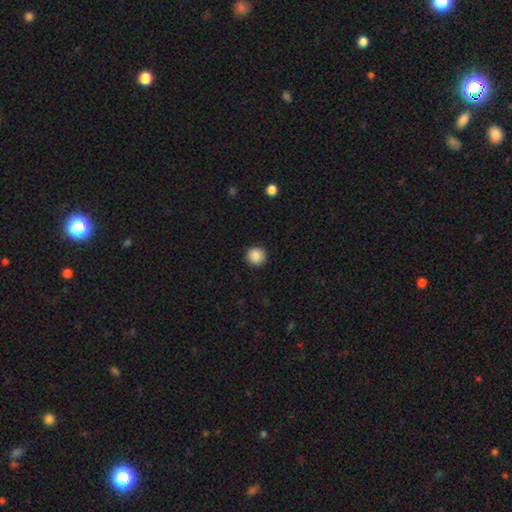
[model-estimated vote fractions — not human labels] The model was most divided on "smooth or featured": smooth: 88%, star or artifact: 9%, featured or disk: 3%. More confident: how rounded — round (94%); merging — none (92%).